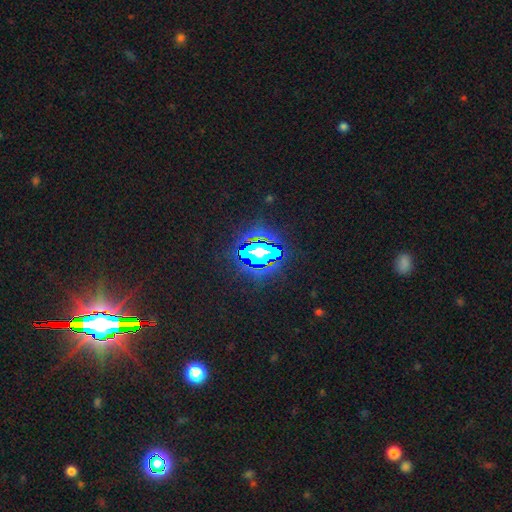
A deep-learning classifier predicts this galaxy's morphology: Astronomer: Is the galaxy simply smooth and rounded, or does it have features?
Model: star or artifact — 82%.